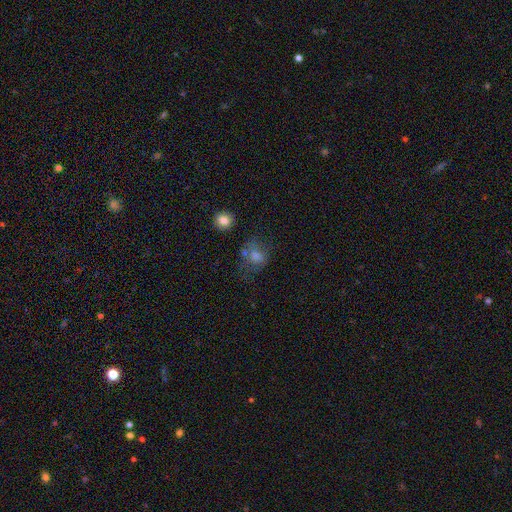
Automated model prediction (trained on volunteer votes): Smooth or featured?
  - smooth: 57% *
  - featured or disk: 24%
  - star or artifact: 19%
How rounded?
  - round: 53% *
  - in between: 46%
  - cigar-shaped: 1%
Merging?
  - none: 45% *
  - major disturbance: 22%
  - minor disturbance: 21%
  - merger: 13%